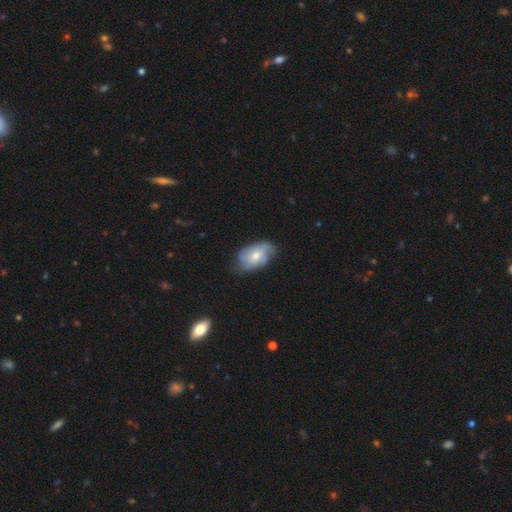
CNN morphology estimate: The model was most divided on "smooth or featured": featured or disk: 52%, smooth: 42%, star or artifact: 6%. More confident: edge-on disk — no (95%); merging — none (59%).